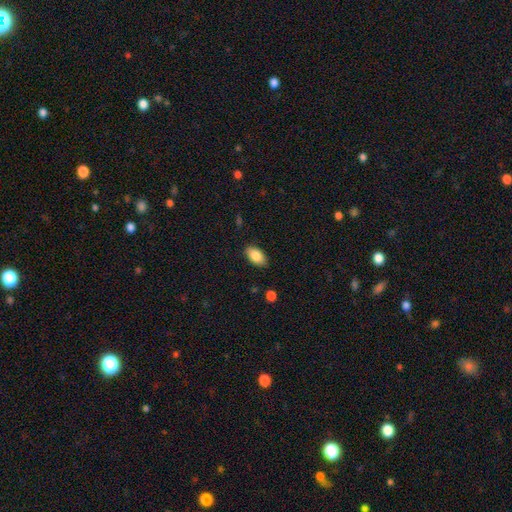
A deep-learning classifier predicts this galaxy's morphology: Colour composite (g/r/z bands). It shows a smooth galaxy with no disk features (86%) that is in between round and cigar-shaped (93%). Merging: none (86%).